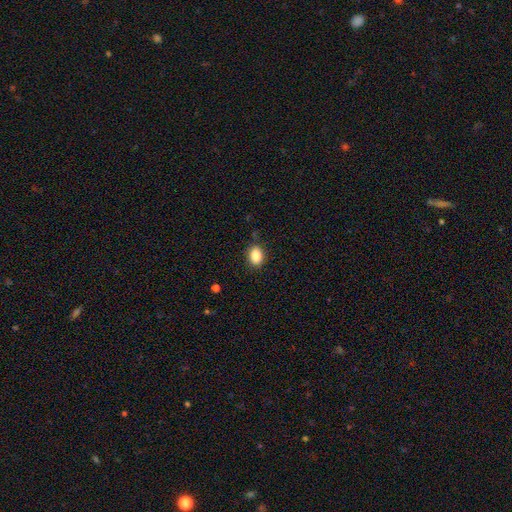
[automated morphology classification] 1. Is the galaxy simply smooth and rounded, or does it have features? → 87% smooth, 9% star or artifact, 5% featured or disk.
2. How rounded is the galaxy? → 76% in between, 23% round, 1% cigar-shaped.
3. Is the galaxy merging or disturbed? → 86% none, 10% minor disturbance, 2% major disturbance, 1% merger.